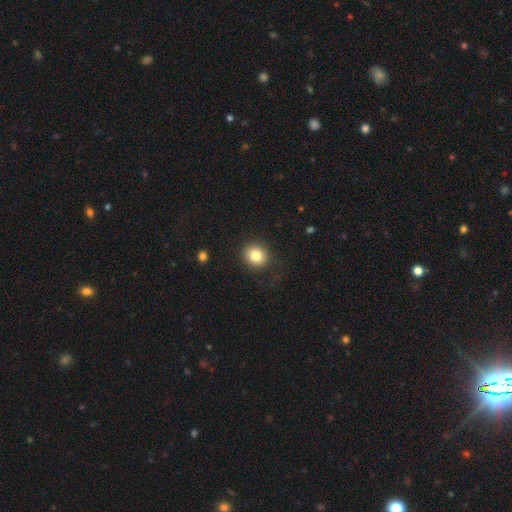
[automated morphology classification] A smooth galaxy with no disk features (82%) that is round (79%). Merging: none (87%).